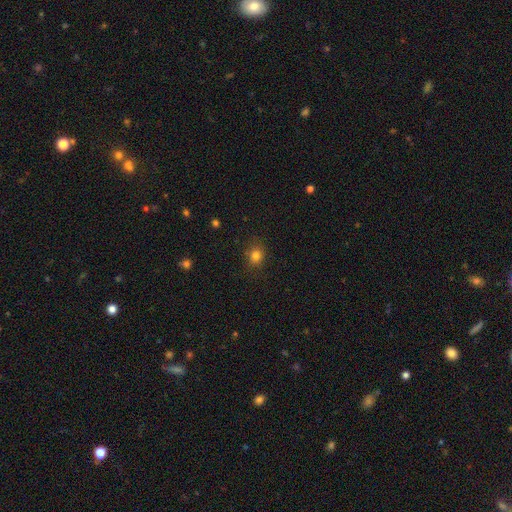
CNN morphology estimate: Overall: smooth (80%). How rounded: round (74%). Merging: none (84%).